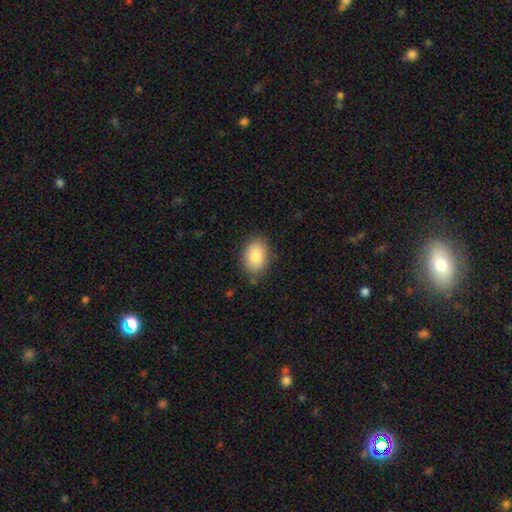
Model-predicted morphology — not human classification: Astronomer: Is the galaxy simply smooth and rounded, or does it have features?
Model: smooth — 84%.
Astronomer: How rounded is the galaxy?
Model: in between — 85%.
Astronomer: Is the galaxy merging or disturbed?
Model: none — 83%.